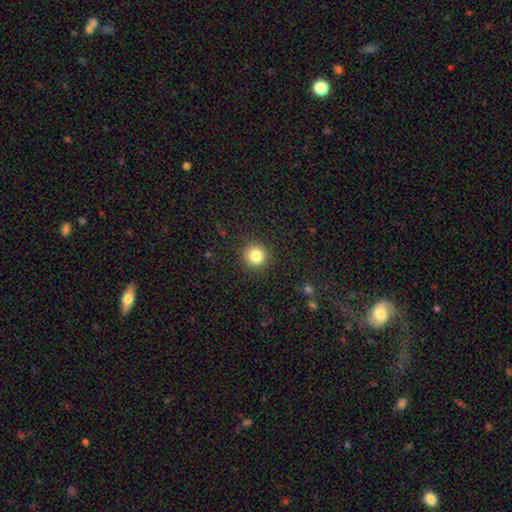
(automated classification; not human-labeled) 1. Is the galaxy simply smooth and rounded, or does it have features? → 82% smooth, 11% star or artifact, 6% featured or disk.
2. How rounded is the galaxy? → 94% round, 5% in between, 1% cigar-shaped.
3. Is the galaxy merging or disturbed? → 91% none, 6% minor disturbance, 2% major disturbance, 1% merger.